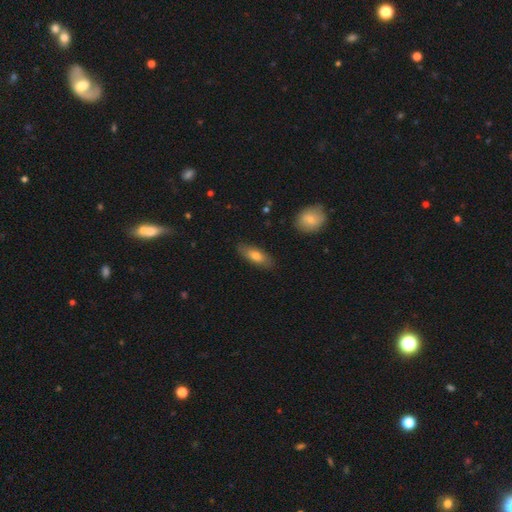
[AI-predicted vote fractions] This is likely a smooth galaxy (71%). How rounded: likely in between (72%). Merging: clearly none (84%).